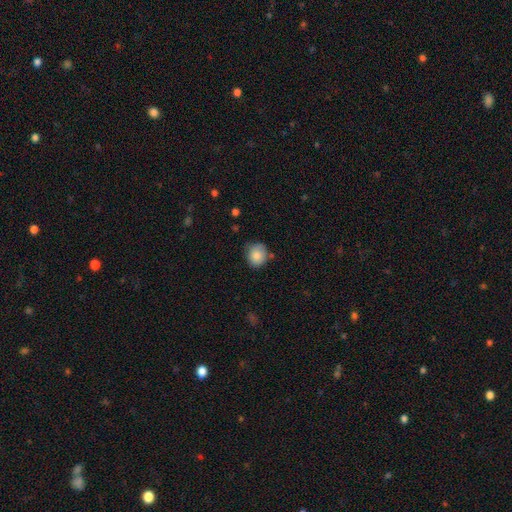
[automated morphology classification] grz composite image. It shows a smooth galaxy with no disk features (85%) that is round (83%). Merging: none (72%).